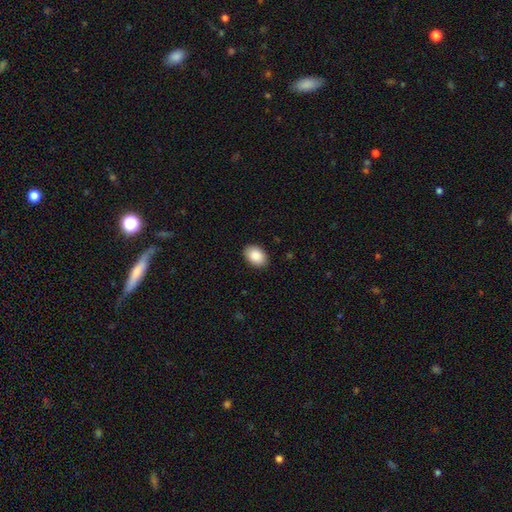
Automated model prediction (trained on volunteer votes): Overall: smooth (90%). How rounded: in between (86%). Merging: none (89%).